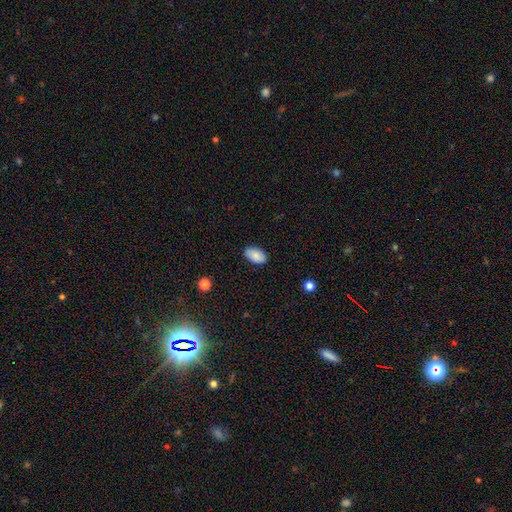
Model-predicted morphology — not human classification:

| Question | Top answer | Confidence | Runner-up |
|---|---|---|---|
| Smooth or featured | smooth | 86% | featured or disk (7%) |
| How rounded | in between | 94% | round (5%) |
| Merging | none | 87% | minor disturbance (10%) |